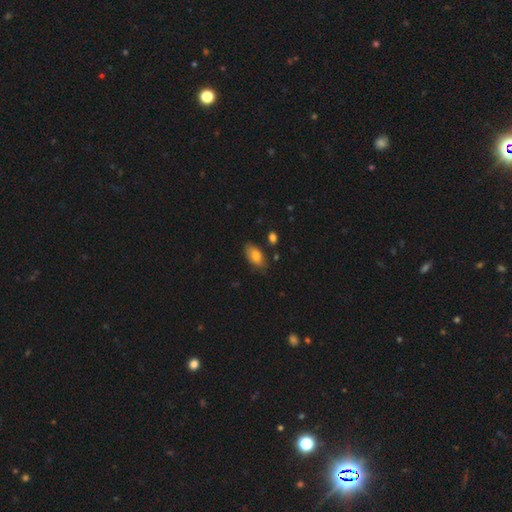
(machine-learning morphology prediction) A smooth galaxy with no disk features (80%) that is in between round and cigar-shaped (92%). Merging: none (78%).